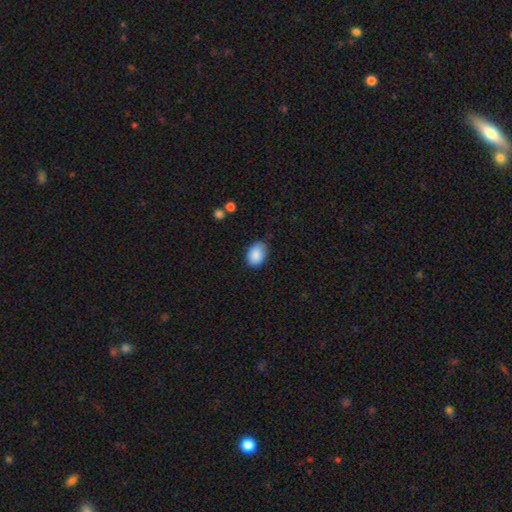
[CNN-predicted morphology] Smooth or featured?
  - smooth: 89% *
  - star or artifact: 7%
  - featured or disk: 4%
How rounded?
  - in between: 77% *
  - round: 22%
  - cigar-shaped: 1%
Merging?
  - none: 78% *
  - minor disturbance: 17%
  - major disturbance: 3%
  - merger: 1%